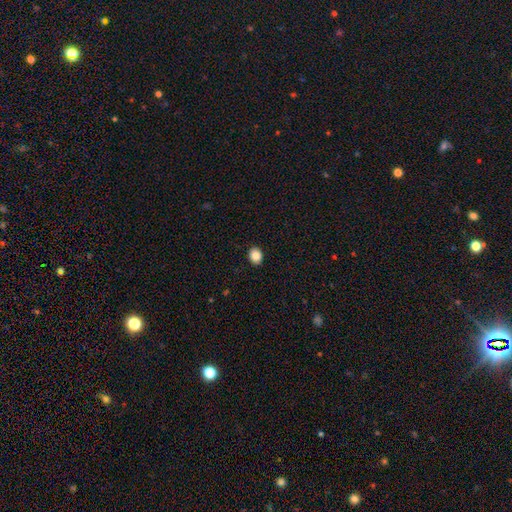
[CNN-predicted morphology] Smooth or featured? Predicted: smooth (p=0.87). How rounded? Predicted: round (p=0.61). Merging? Predicted: none (p=0.91).